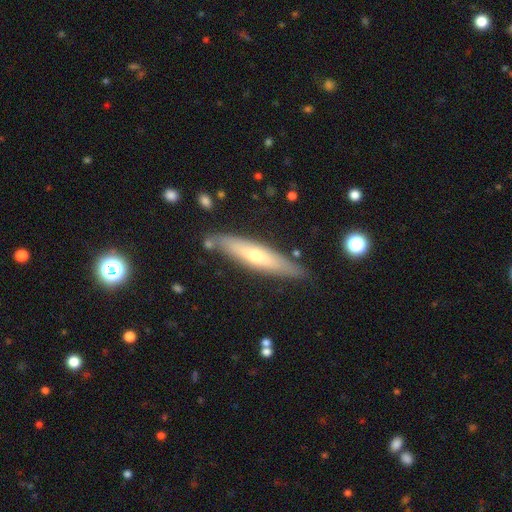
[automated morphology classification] smooth-or-featured: featured or disk: 49% | smooth: 44% | star or artifact: 6%
  merging: none: 82% | minor disturbance: 12% | merger: 3% | major disturbance: 3%